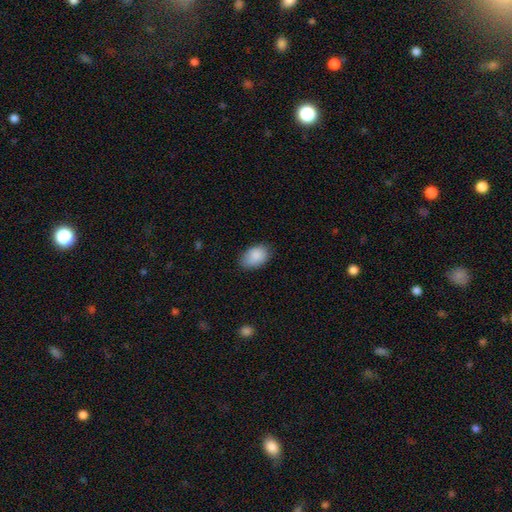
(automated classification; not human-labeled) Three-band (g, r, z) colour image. It shows a smooth galaxy with no disk features (89%) that is in between round and cigar-shaped (88%). Merging: none (77%).